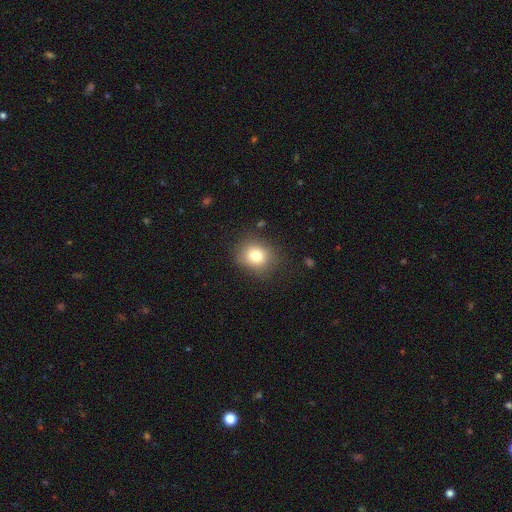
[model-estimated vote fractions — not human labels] smooth 80%, star or artifact 11%, featured or disk 9%. Down the decision tree: how rounded — round (66%); merging — none (81%).